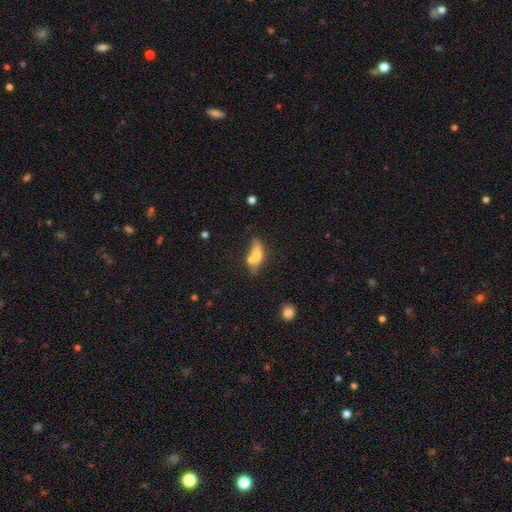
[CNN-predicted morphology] This appears to be a smooth galaxy with no disk features (61%) that is in between round and cigar-shaped (65%). Merging: none (40%).